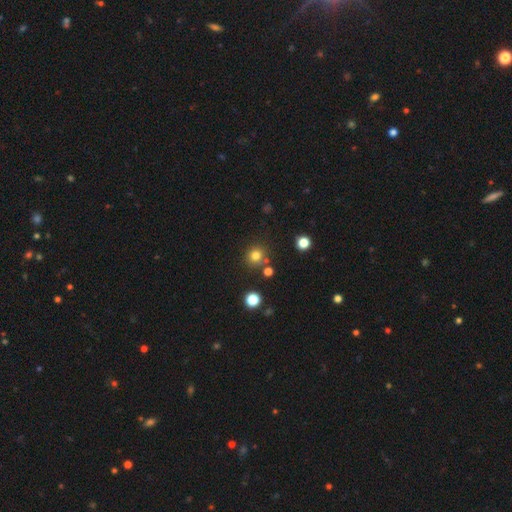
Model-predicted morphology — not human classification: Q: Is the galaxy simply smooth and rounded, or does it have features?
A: smooth — 78%.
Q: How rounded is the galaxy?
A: round — 91%.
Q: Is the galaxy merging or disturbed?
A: none — 81%.